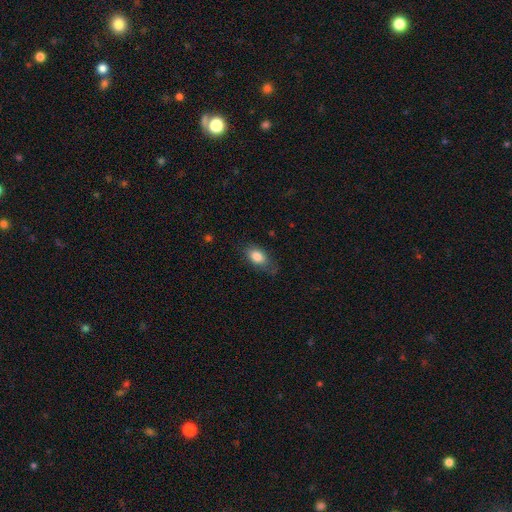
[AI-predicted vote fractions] Overall: smooth (82%). How rounded: in between (88%). Merging: none (65%).